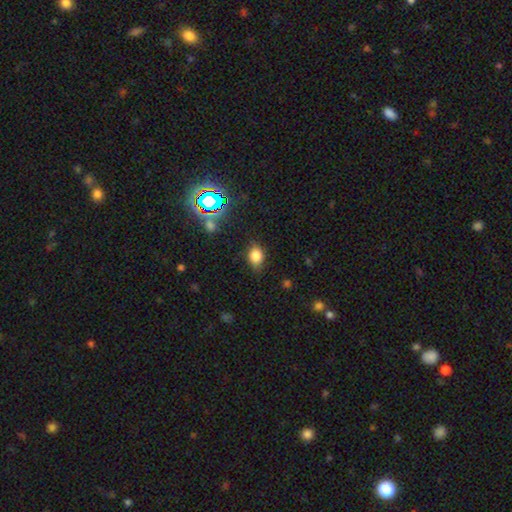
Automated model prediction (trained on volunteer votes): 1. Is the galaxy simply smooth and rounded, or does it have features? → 78% smooth, 15% star or artifact, 7% featured or disk.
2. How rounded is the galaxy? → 66% in between, 32% round, 1% cigar-shaped.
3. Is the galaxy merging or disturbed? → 77% none, 17% minor disturbance, 4% major disturbance, 2% merger.